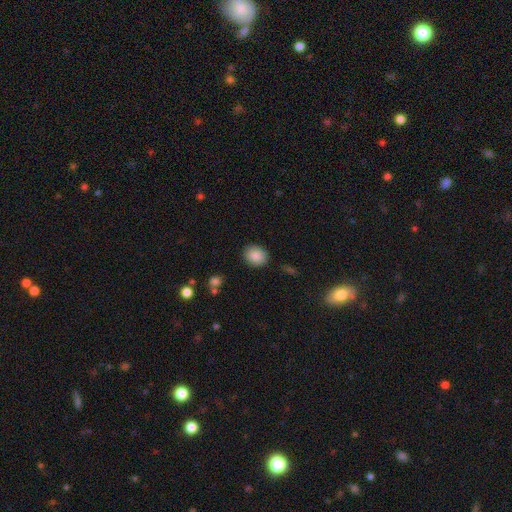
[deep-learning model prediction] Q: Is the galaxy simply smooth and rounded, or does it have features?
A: smooth — 88%.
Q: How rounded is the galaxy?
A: round — 61%.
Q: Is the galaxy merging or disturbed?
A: none — 88%.